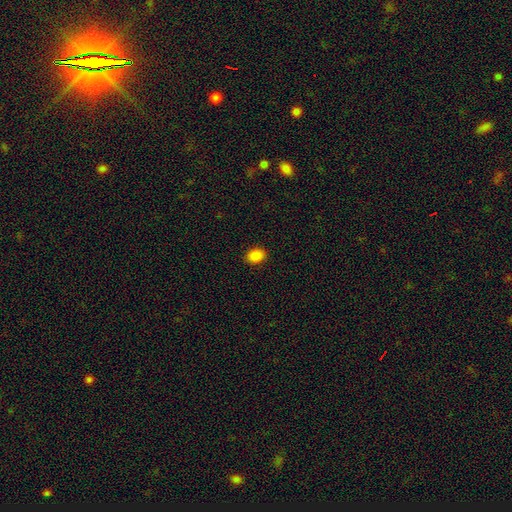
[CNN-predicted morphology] Smooth or featured? smooth (87%)
How rounded? in between (69%)
Merging? none (90%)